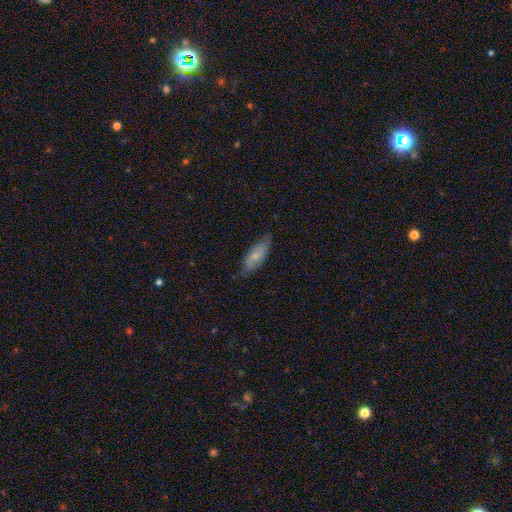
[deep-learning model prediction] Smooth or featured? Predicted: smooth (p=0.65). How rounded? Predicted: in between (p=0.69). Merging? Predicted: none (p=0.70).